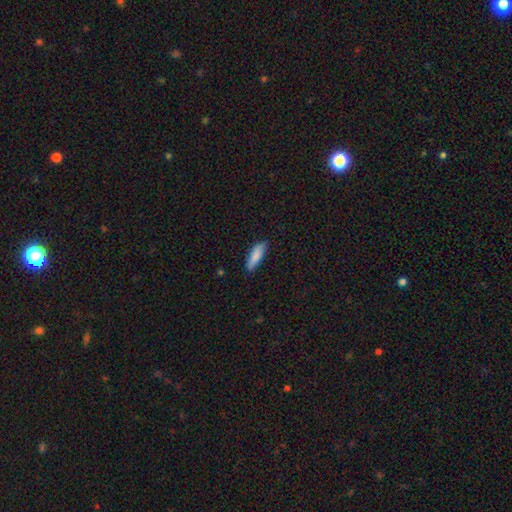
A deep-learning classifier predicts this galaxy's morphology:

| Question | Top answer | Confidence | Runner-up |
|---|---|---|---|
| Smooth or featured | smooth | 86% | featured or disk (8%) |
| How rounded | cigar-shaped | 60% | in between (39%) |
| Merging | none | 82% | minor disturbance (14%) |